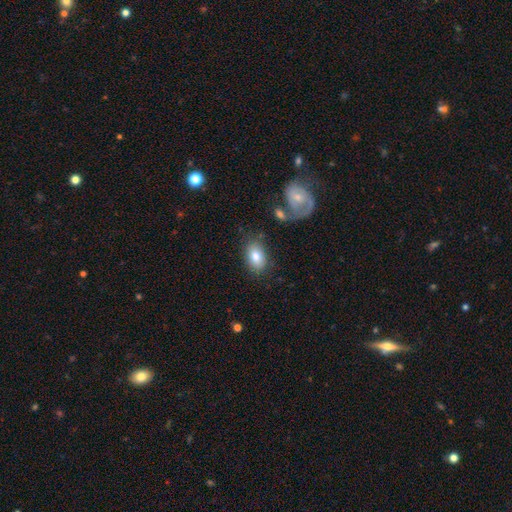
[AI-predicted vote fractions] Morphology: type=smooth (80%); roundness=in between (88%); merging=none (76%).